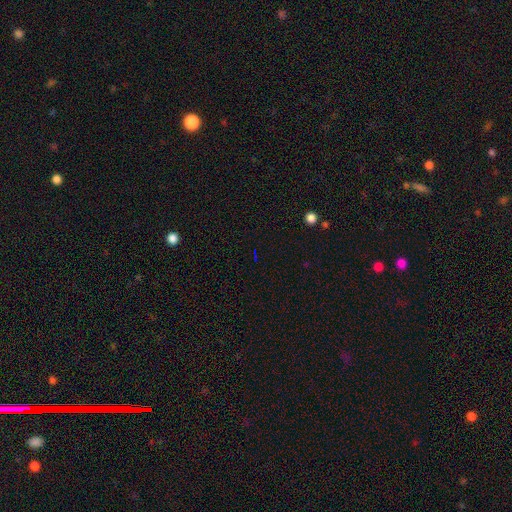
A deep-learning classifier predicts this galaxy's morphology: smooth-or-featured: star or artifact: 70% | smooth: 21% | featured or disk: 9%